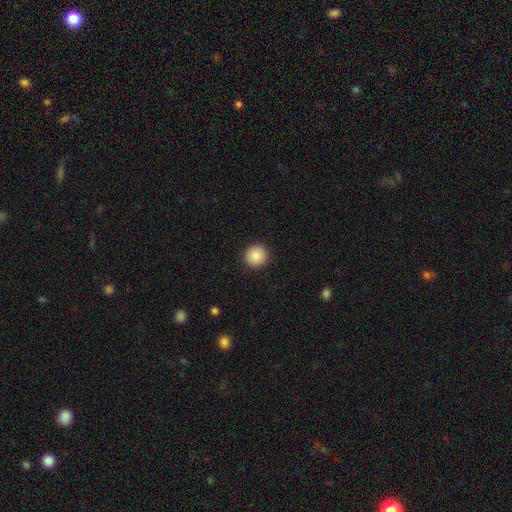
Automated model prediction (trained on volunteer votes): Smooth or featured? Predicted: smooth (p=0.88). How rounded? Predicted: round (p=0.93). Merging? Predicted: none (p=0.92).